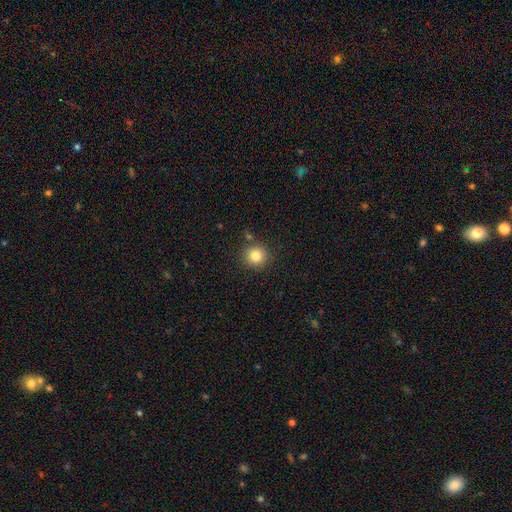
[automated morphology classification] Overall: smooth (82%). How rounded: round (93%). Merging: none (85%).